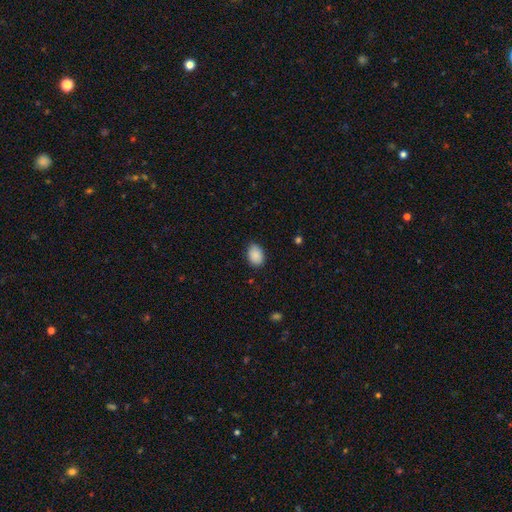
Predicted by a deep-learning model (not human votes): Morphology: type=smooth (89%); roundness=in between (75%); merging=none (81%).